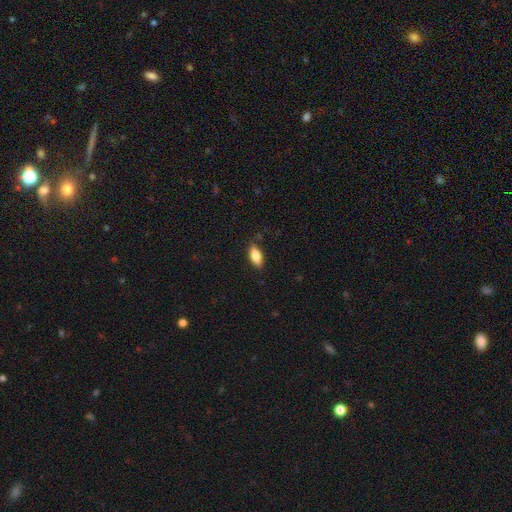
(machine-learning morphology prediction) Overall: smooth (81%). How rounded: in between (80%). Merging: none (85%).